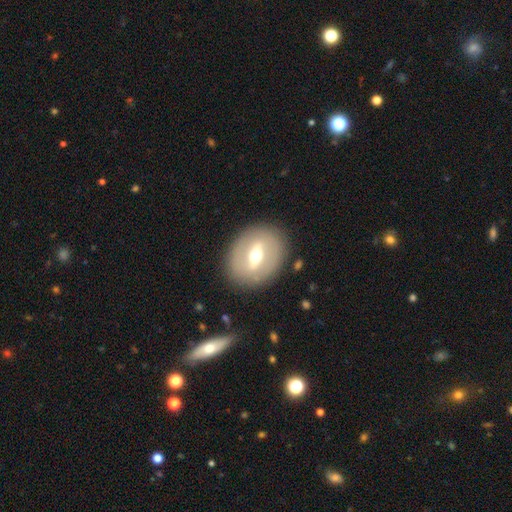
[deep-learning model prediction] smooth-or-featured: featured or disk: 62% | smooth: 31% | star or artifact: 6%
  disk-edge-on: no: 84% | yes: 16%
    bar: strong: 54% | weak: 36% | no: 11%
    has-spiral-arms: no: 80% | yes: 20%
    bulge-size: moderate: 71% | small: 15% | large: 11% | dominant: 1% | none: 1%
  merging: none: 85% | minor disturbance: 9% | major disturbance: 4% | merger: 1%